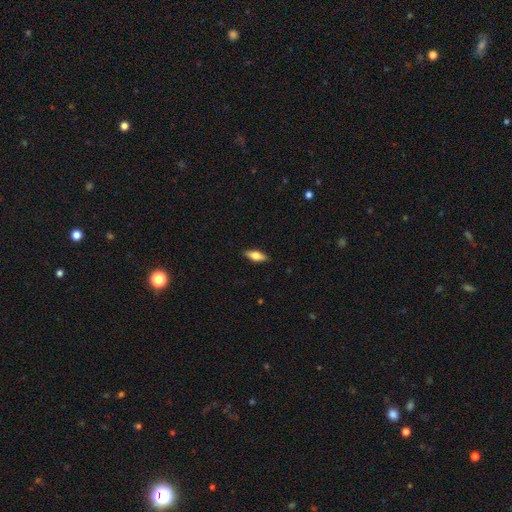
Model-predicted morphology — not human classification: smooth_or_featured: smooth (p=0.67) [alt: featured or disk p=0.27]
how_rounded: in between (p=0.73) [alt: cigar-shaped p=0.24]
merging: none (p=0.89) [alt: minor disturbance p=0.08]